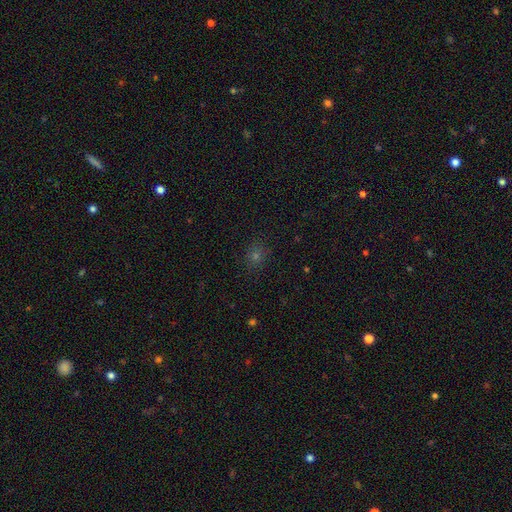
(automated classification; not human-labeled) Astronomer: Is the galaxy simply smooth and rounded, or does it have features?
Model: smooth — 60%.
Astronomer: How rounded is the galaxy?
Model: round — 81%.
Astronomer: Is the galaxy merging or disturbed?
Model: none — 87%.